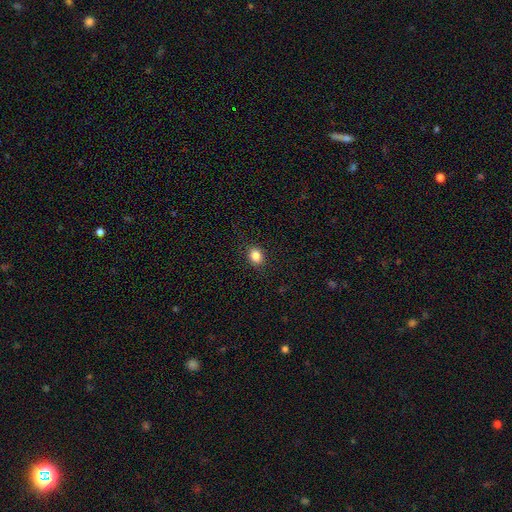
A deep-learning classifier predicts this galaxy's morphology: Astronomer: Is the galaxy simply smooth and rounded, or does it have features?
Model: smooth — 86%.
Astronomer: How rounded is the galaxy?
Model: round — 53% (runner-up: in between, 46%).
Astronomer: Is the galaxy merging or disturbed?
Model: none — 88%.